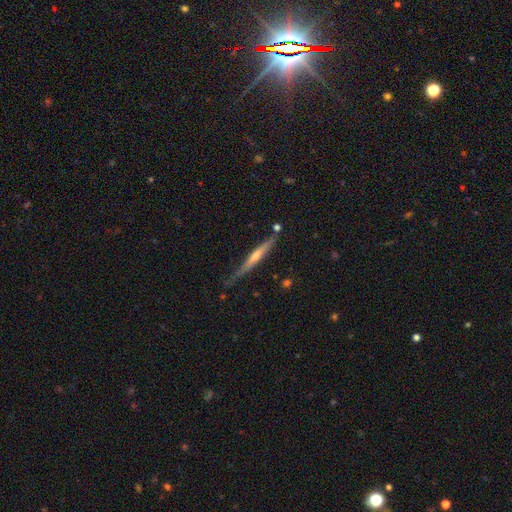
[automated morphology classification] smooth_or_featured: featured or disk (p=0.73) [alt: smooth p=0.21]
disk_edge_on: yes (p=0.97) [alt: no p=0.03]
edge_on_bulge: rounded (p=0.76) [alt: none p=0.18]
merging: none (p=0.78) [alt: minor disturbance p=0.16]